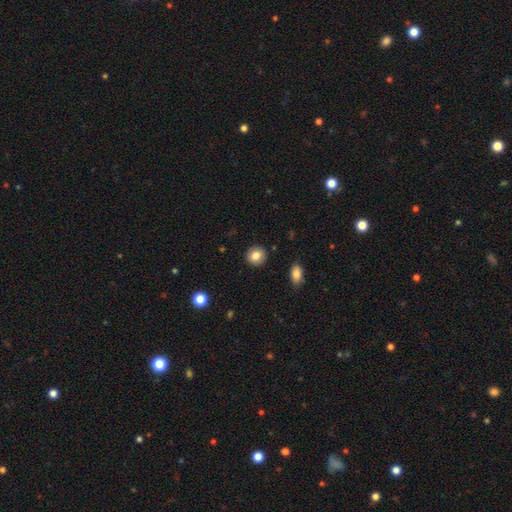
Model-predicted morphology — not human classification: smooth_or_featured: smooth (p=0.84) [alt: star or artifact p=0.09]
how_rounded: round (p=0.85) [alt: in between p=0.14]
merging: none (p=0.90) [alt: minor disturbance p=0.06]